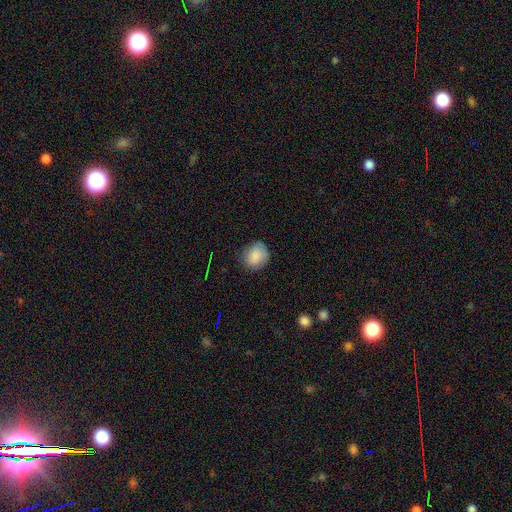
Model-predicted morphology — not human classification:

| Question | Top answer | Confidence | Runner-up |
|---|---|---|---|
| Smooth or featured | smooth | 85% | star or artifact (8%) |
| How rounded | round | 72% | in between (27%) |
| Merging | none | 74% | minor disturbance (20%) |